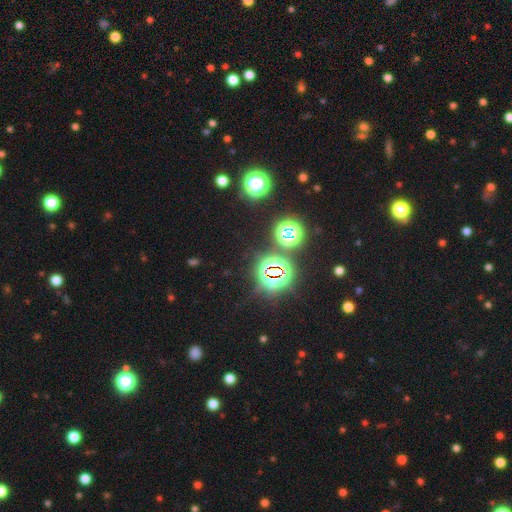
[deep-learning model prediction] This appears to be a star or artifact, not a galaxy (71%).